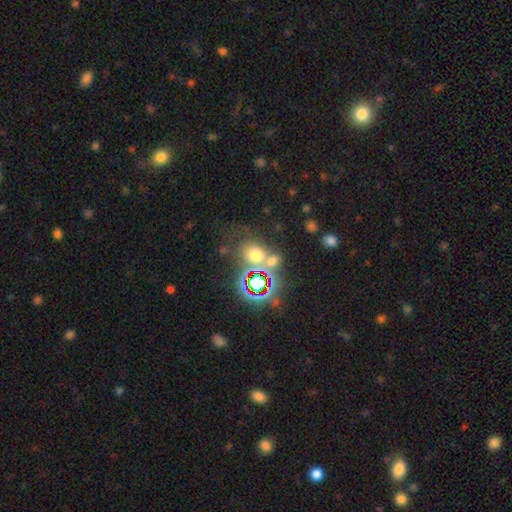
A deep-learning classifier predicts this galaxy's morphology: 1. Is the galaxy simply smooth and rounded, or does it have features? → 54% smooth, 33% star or artifact, 13% featured or disk.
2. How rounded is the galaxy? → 60% round, 38% in between, 2% cigar-shaped.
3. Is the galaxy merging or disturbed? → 48% none, 31% merger, 12% minor disturbance, 9% major disturbance.